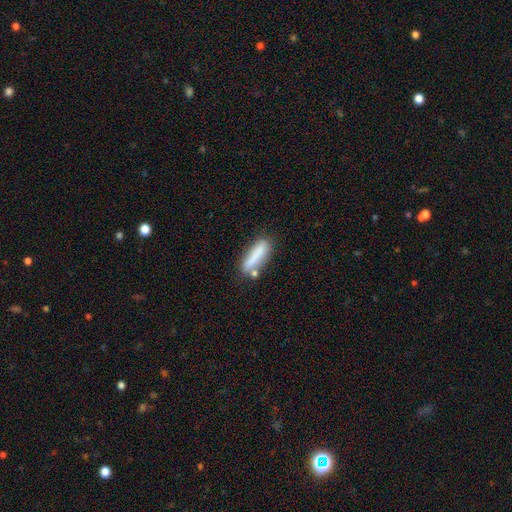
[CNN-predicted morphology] Overall: smooth (77%). How rounded: cigar-shaped (70%). Merging: none (62%).